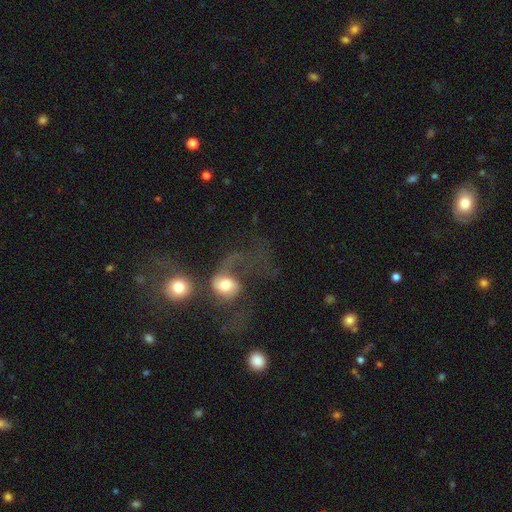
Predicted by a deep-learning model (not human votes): Overall: featured or disk (45%; smooth 39%). Merging: merger (39%; major disturbance 33%).